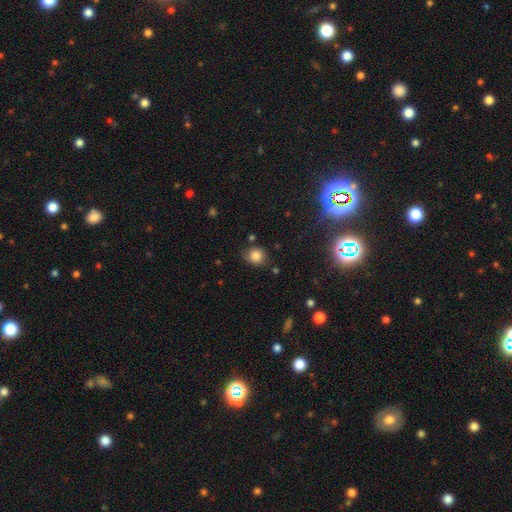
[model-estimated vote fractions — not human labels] This appears to be a smooth galaxy with no disk features (81%) that is round (79%). Merging: none (75%).